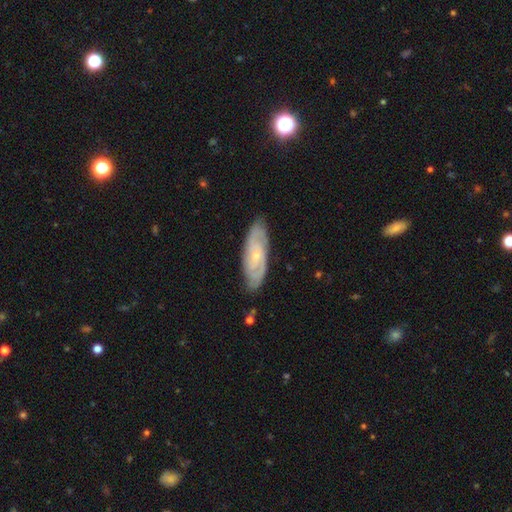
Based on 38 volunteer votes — Smooth or featured?
  - featured or disk: 79% *
  - smooth: 18%
  - star or artifact: 3%
Edge-on disk?
  - no: 90% *
  - yes: 10%
Bar?
  - no: 67% *
  - weak: 26%
  - strong: 7%
Spiral arms?
  - yes: 100% *
  - no: 0%
Spiral winding?
  - tight: 56% *
  - medium: 37%
  - loose: 7%
Spiral arm count?
  - 2: 63% *
  - can't tell: 22%
  - 3: 11%
  - more than 4: 4%
  - 1: 0%
  - 4: 0%
Bulge size?
  - small: 89% *
  - moderate: 7%
  - none: 4%
  - dominant: 0%
  - large: 0%
Merging?
  - none: 73% *
  - minor disturbance: 22%
  - major disturbance: 3%
  - merger: 3%